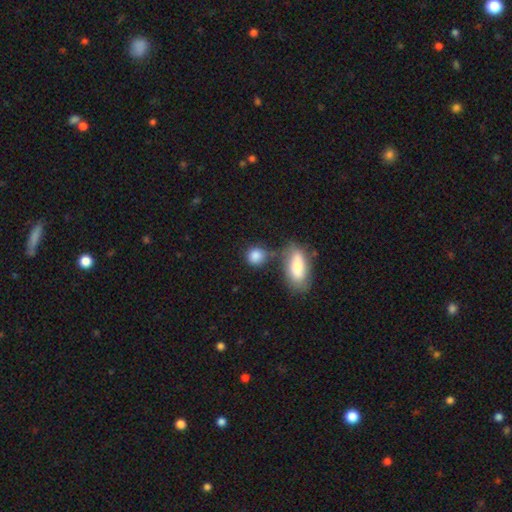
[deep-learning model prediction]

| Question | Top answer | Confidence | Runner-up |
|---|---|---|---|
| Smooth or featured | smooth | 84% | star or artifact (9%) |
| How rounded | round | 68% | in between (29%) |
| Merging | none | 59% | merger (18%) |